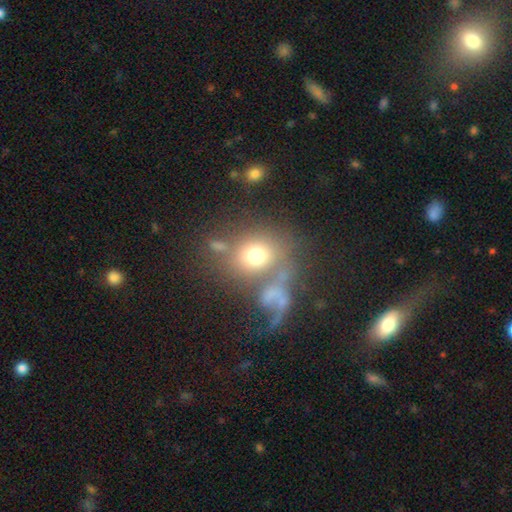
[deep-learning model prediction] The model was most divided on "merging": none: 39%, merger: 31%, major disturbance: 17%, minor disturbance: 12%. More confident: how rounded — round (67%); smooth or featured — smooth (66%).